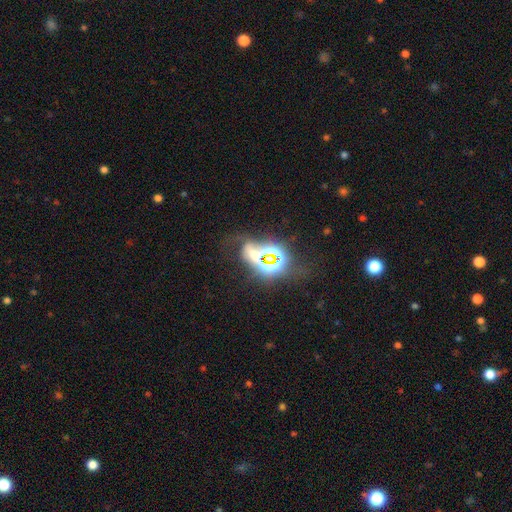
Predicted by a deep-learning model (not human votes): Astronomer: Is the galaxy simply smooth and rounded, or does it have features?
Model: star or artifact — 58%.